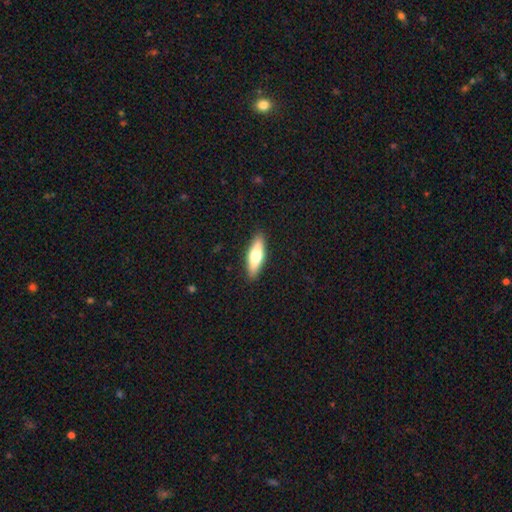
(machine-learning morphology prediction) smooth_or_featured: smooth (p=0.60) [alt: featured or disk p=0.34]
how_rounded: cigar-shaped (p=0.52) [alt: in between p=0.46]
merging: none (p=0.90) [alt: minor disturbance p=0.07]